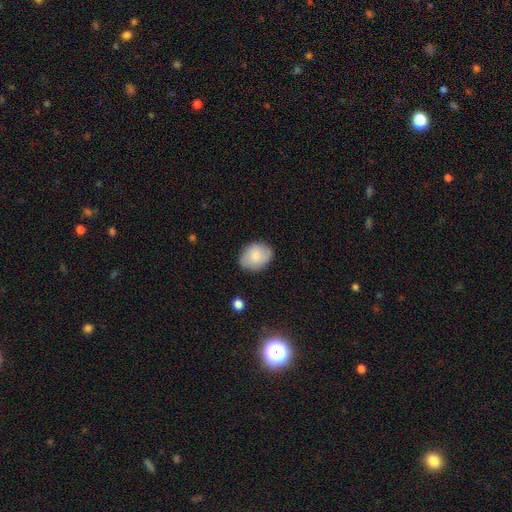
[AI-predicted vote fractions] This is likely a smooth galaxy (79%). How rounded: likely in between (64%). Merging: clearly none (81%).